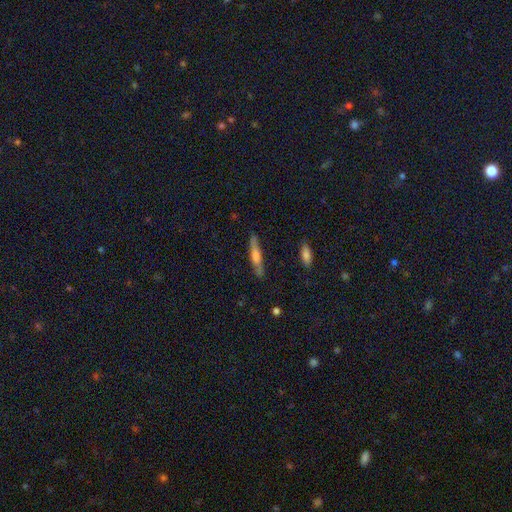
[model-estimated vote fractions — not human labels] The model was most divided on "smooth or featured": featured or disk: 53%, smooth: 40%, star or artifact: 8%. More confident: edge-on disk — yes (91%); merging — none (84%).